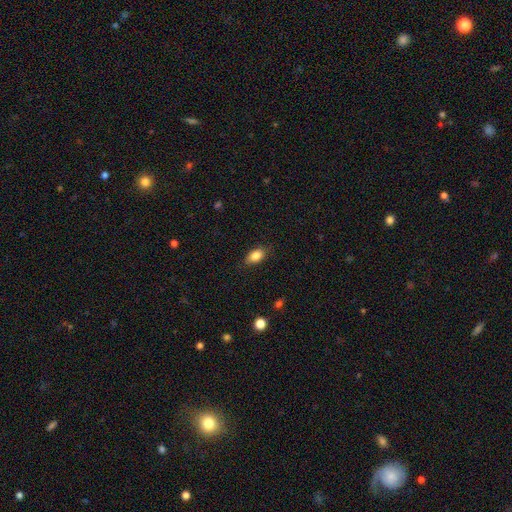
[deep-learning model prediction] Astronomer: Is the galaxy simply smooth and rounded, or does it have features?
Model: smooth — 85%.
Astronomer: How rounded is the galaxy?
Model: in between — 87%.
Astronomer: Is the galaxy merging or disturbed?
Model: none — 83%.